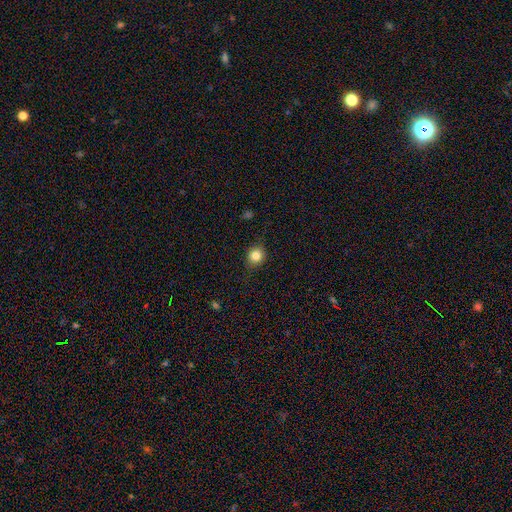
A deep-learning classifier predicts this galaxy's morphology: A smooth galaxy with no disk features (83%) that is round (83%).

Vote fractions:
- Smooth or featured? smooth: 83% / star or artifact: 11% / featured or disk: 6%
- How rounded? round: 83% / in between: 16% / cigar-shaped: 1%
- Merging? none: 85% / minor disturbance: 11% / major disturbance: 3% / merger: 1%